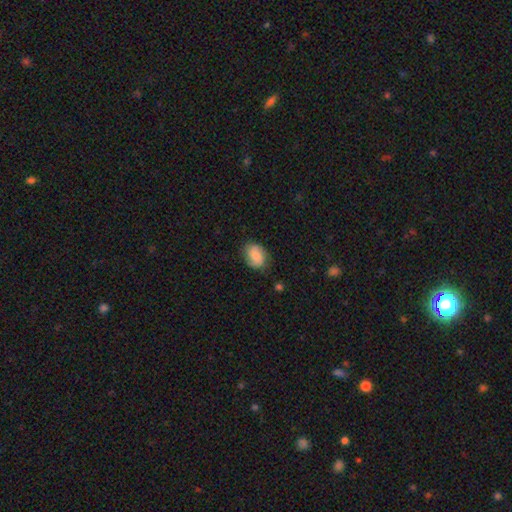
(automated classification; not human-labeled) smooth_or_featured: smooth (p=0.65) [alt: featured or disk p=0.27]
how_rounded: in between (p=0.68) [alt: round p=0.31]
merging: none (p=0.75) [alt: minor disturbance p=0.19]